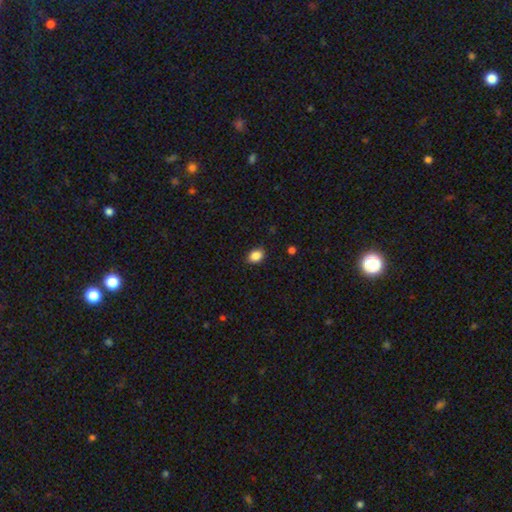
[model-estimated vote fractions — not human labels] smooth-or-featured: smooth: 87% | star or artifact: 9% | featured or disk: 4%
  how-rounded: in between: 70% | round: 29% | cigar-shaped: 1%
  merging: none: 87% | minor disturbance: 9% | major disturbance: 2% | merger: 1%